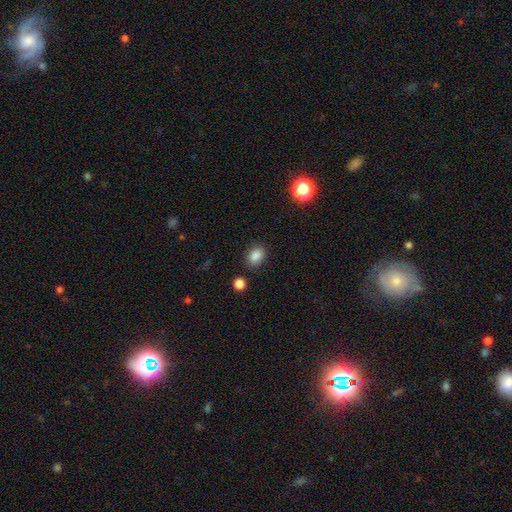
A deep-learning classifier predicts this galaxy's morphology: Smooth or featured?
  - smooth: 87% *
  - star or artifact: 10%
  - featured or disk: 3%
How rounded?
  - in between: 74% *
  - round: 24%
  - cigar-shaped: 1%
Merging?
  - none: 83% *
  - minor disturbance: 10%
  - merger: 3%
  - major disturbance: 3%